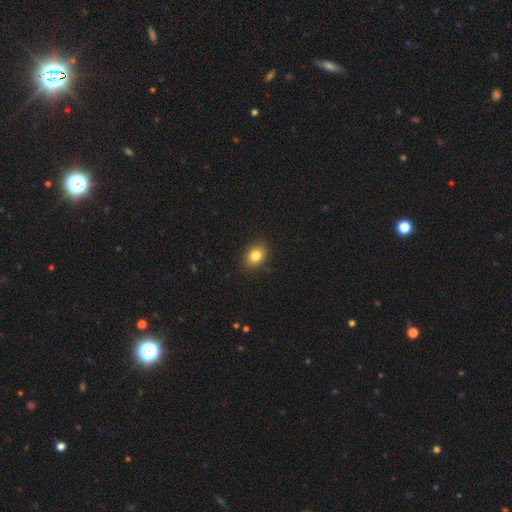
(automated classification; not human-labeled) smooth 82%, star or artifact 10%, featured or disk 7%. Down the decision tree: how rounded — in between (64%); merging — none (88%).